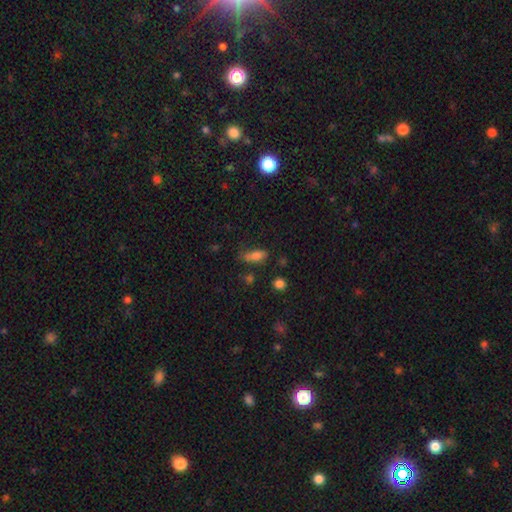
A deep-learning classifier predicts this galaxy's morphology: Smooth or featured?
  - smooth: 78% *
  - featured or disk: 11%
  - star or artifact: 11%
How rounded?
  - in between: 77% *
  - cigar-shaped: 18%
  - round: 5%
Merging?
  - none: 51% *
  - minor disturbance: 29%
  - major disturbance: 13%
  - merger: 7%